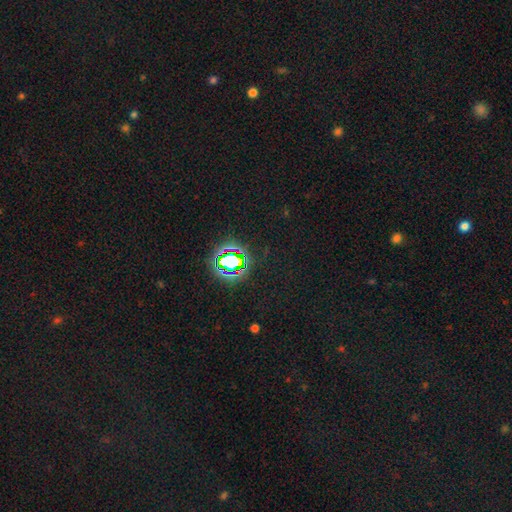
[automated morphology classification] star or artifact 77%, smooth 16%, featured or disk 7%.